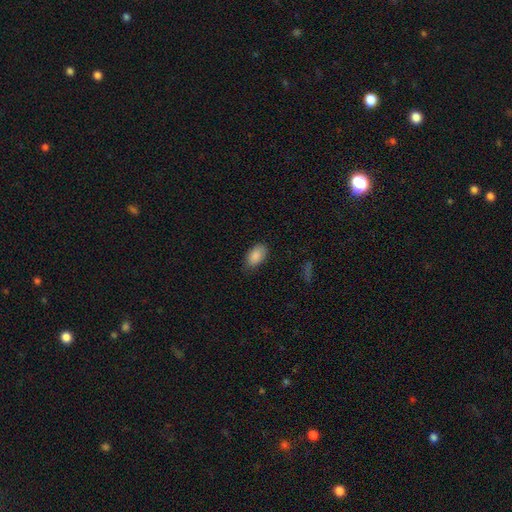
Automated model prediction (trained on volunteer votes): Smooth or featured? smooth (87%)
How rounded? in between (93%)
Merging? none (79%)